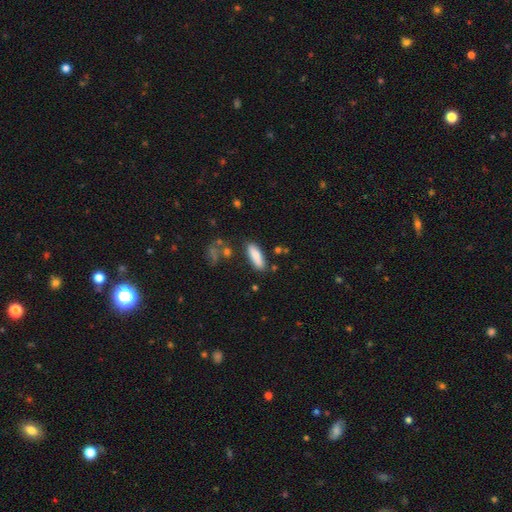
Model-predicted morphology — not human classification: Smooth or featured?
  - smooth: 80% *
  - featured or disk: 13%
  - star or artifact: 7%
How rounded?
  - in between: 55% *
  - cigar-shaped: 43%
  - round: 2%
Merging?
  - none: 79% *
  - minor disturbance: 13%
  - merger: 5%
  - major disturbance: 3%